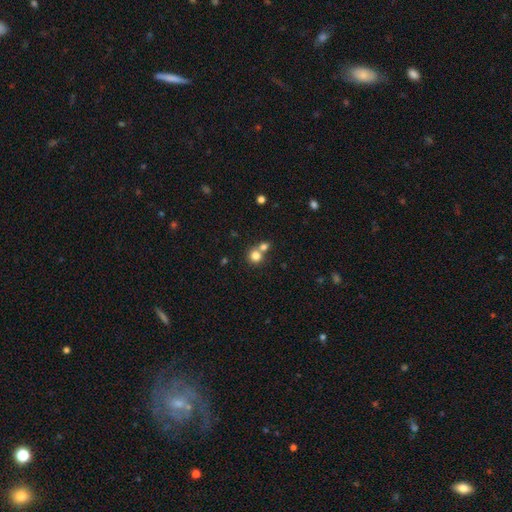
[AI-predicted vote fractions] Smooth or featured?
  - smooth: 80% *
  - star or artifact: 12%
  - featured or disk: 9%
How rounded?
  - round: 88% *
  - in between: 11%
  - cigar-shaped: 1%
Merging?
  - none: 48% *
  - merger: 43%
  - minor disturbance: 6%
  - major disturbance: 3%